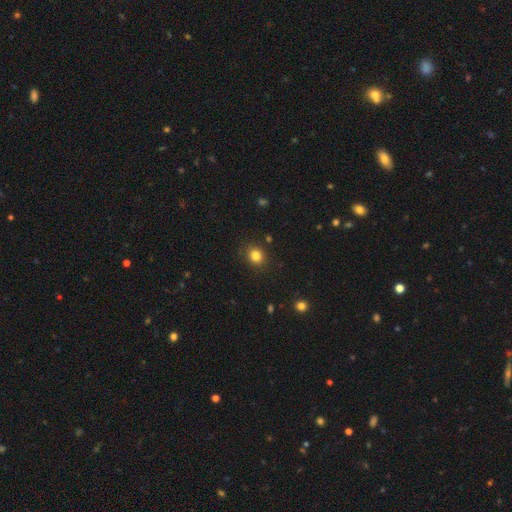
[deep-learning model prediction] smooth 82%, star or artifact 12%, featured or disk 6%. Down the decision tree: how rounded — round (72%); merging — none (88%).